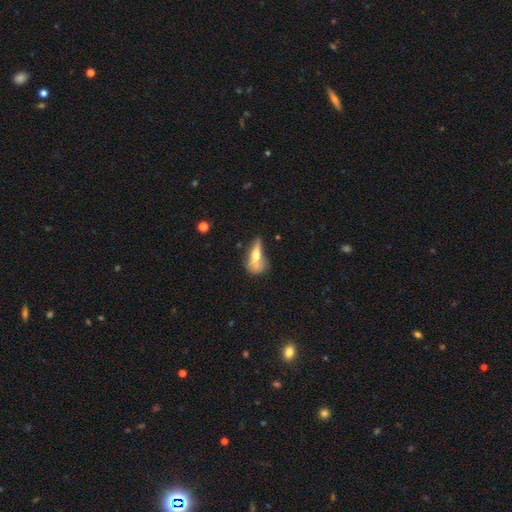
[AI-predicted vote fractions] This is possibly a smooth galaxy (52%). How rounded: possibly in between (54%). Merging: marginally none (31%).